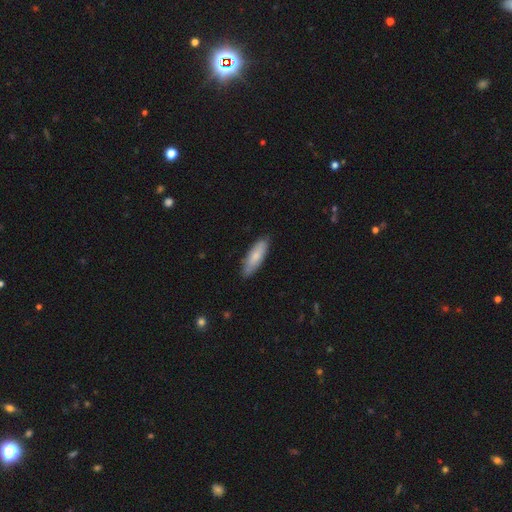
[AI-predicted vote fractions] smooth_or_featured: smooth (p=0.75) [alt: featured or disk p=0.19]
how_rounded: in between (p=0.56) [alt: cigar-shaped p=0.43]
merging: none (p=0.78) [alt: minor disturbance p=0.17]